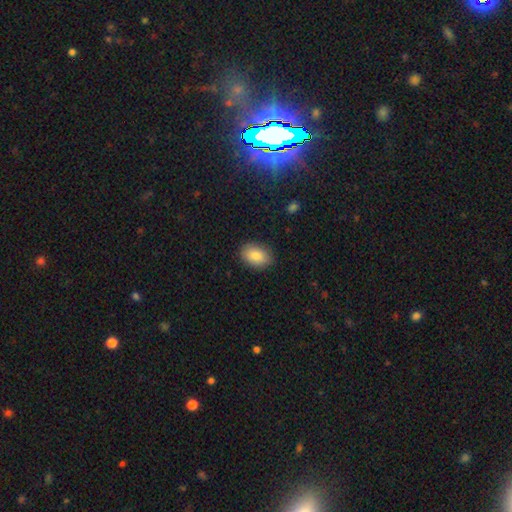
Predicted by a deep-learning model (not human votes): Smooth or featured? smooth (88%)
How rounded? in between (88%)
Merging? none (87%)